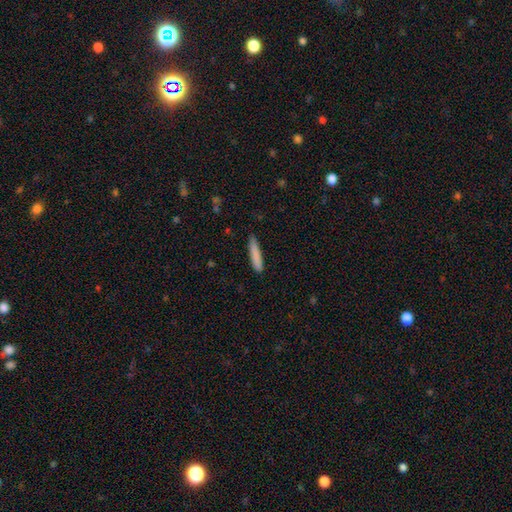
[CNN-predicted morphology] A smooth galaxy with no disk features (85%) that is cigar-shaped (90%).

Vote fractions:
- Smooth or featured? smooth: 85% / featured or disk: 9% / star or artifact: 6%
- How rounded? cigar-shaped: 90% / in between: 8% / round: 1%
- Merging? none: 86% / minor disturbance: 11% / major disturbance: 2% / merger: 1%